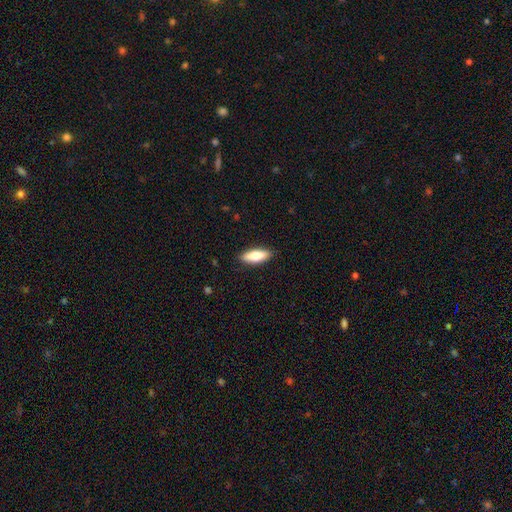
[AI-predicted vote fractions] Smooth or featured?
  - smooth: 81% *
  - featured or disk: 13%
  - star or artifact: 6%
How rounded?
  - in between: 67% *
  - cigar-shaped: 31%
  - round: 2%
Merging?
  - none: 88% *
  - minor disturbance: 9%
  - major disturbance: 2%
  - merger: 1%